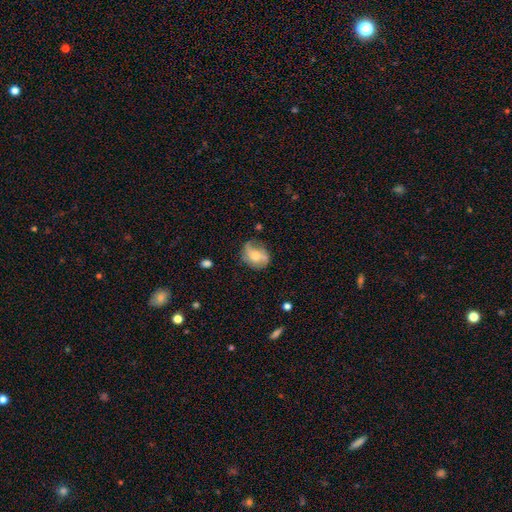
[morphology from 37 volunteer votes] smooth-or-featured: featured or disk: 51% | smooth: 43% | star or artifact: 5%
  disk-edge-on: no: 95% | yes: 5%
    bar: no: 67% | weak: 22% | strong: 11%
    has-spiral-arms: yes: 83% | no: 17%
      spiral-winding: loose: 53% | medium: 40% | tight: 7%
      spiral-arm-count: 2: 67% | can't tell: 20% | 1: 13% | 3: 0% | 4: 0% | more than 4: 0%
    bulge-size: small: 50% | moderate: 33% | large: 17% | dominant: 0% | none: 0%
  merging: none: 46% | minor disturbance: 43% | major disturbance: 11% | merger: 0%